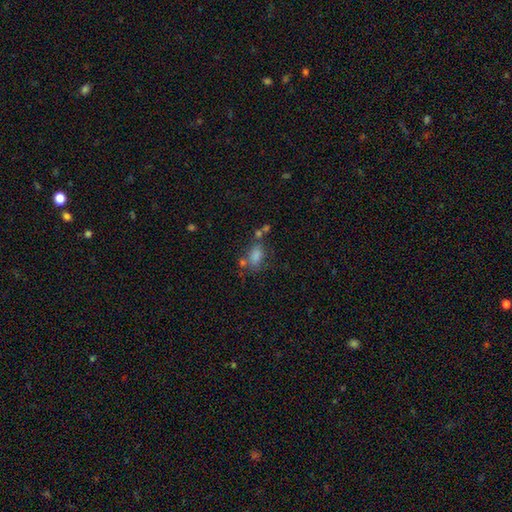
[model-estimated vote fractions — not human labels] smooth-or-featured: smooth: 76% | star or artifact: 13% | featured or disk: 11%
  how-rounded: in between: 82% | round: 11% | cigar-shaped: 7%
  merging: none: 49% | merger: 22% | minor disturbance: 18% | major disturbance: 11%